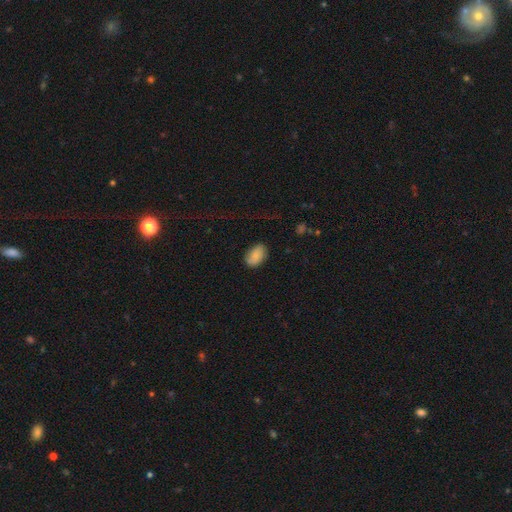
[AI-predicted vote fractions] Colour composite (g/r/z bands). It shows a smooth galaxy with no disk features (80%) that is in between round and cigar-shaped (88%). Merging: none (79%).